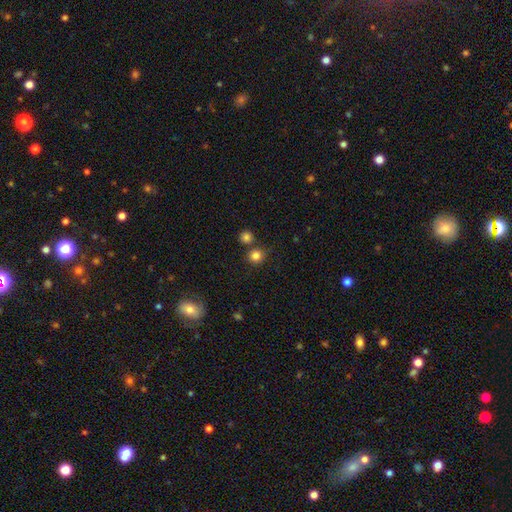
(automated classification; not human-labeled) A smooth galaxy with no disk features (82%) that is round (90%).

Vote fractions:
- Smooth or featured? smooth: 82% / star or artifact: 13% / featured or disk: 5%
- How rounded? round: 90% / in between: 9% / cigar-shaped: 1%
- Merging? none: 74% / merger: 15% / minor disturbance: 8% / major disturbance: 3%